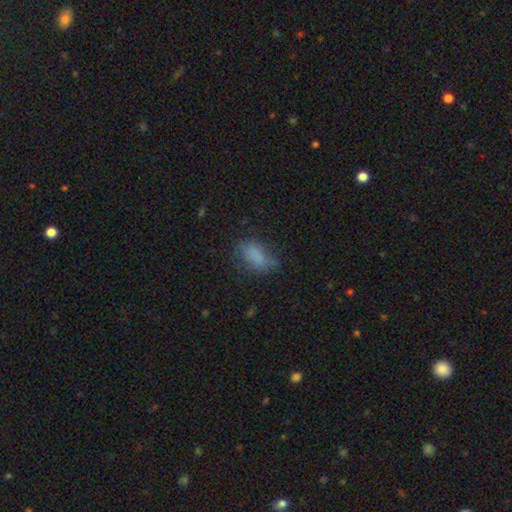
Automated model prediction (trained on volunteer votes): This is likely a smooth galaxy (76%). How rounded: clearly in between (86%). Merging: possibly none (56%).